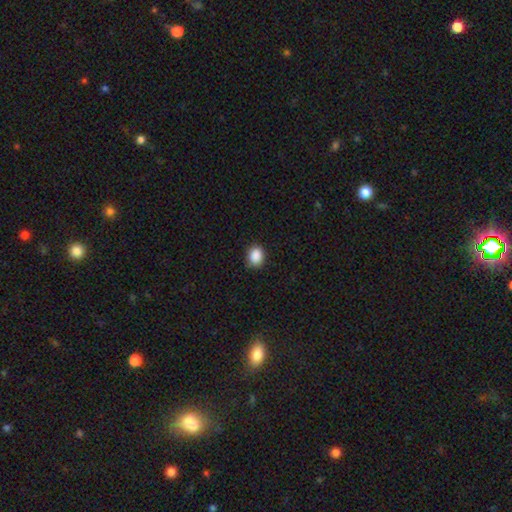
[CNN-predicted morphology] type=smooth (89%); roundness=in between (55%); merging=none (85%).